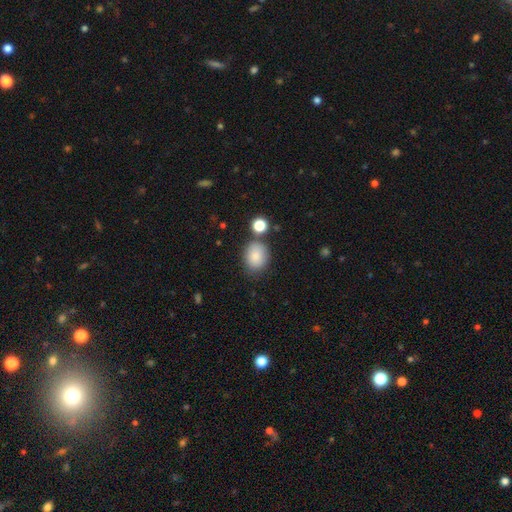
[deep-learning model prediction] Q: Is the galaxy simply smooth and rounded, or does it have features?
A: smooth — 85%.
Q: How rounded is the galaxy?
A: in between — 52%.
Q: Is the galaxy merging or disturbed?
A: none — 70%.